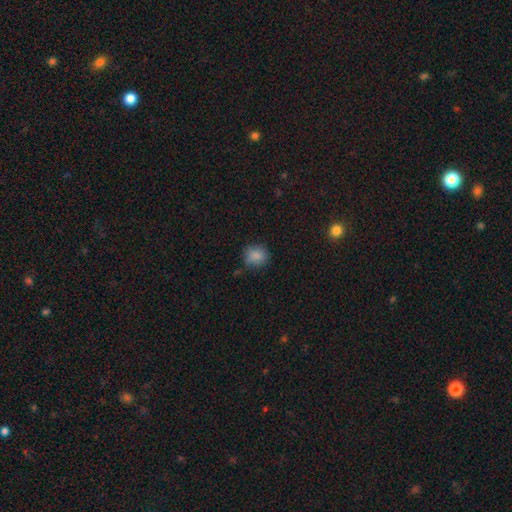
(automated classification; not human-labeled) Q: Smooth or featured?
A: smooth (85%); runner-up: star or artifact (10%)
Q: How rounded?
A: round (77%); runner-up: in between (22%)
Q: Merging?
A: none (72%); runner-up: minor disturbance (20%)